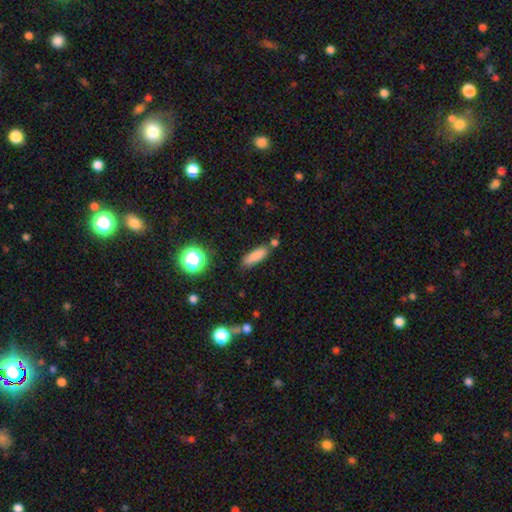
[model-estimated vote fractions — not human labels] A smooth galaxy with no disk features (82%) that is in between round and cigar-shaped (48%, tied with cigar-shaped). Merging: none (75%).